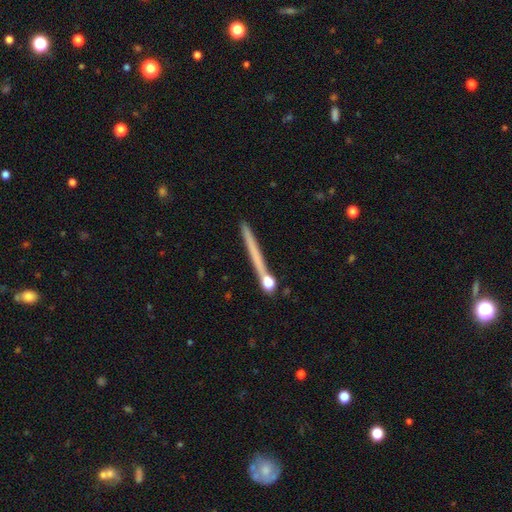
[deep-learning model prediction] smooth_or_featured: smooth (p=0.53) [alt: featured or disk p=0.40]
how_rounded: cigar-shaped (p=0.96) [alt: round p=0.02]
merging: none (p=0.84) [alt: minor disturbance p=0.09]